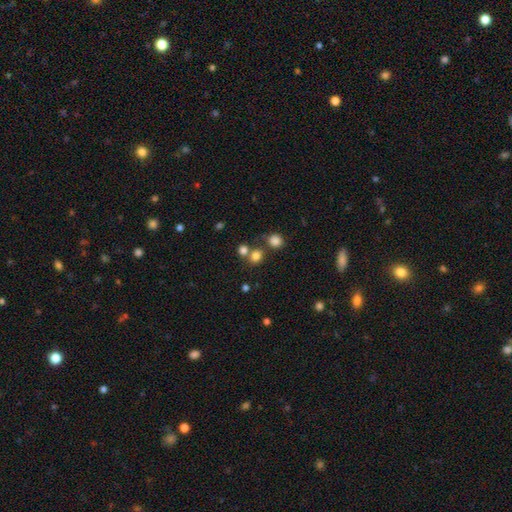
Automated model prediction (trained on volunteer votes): Smooth or featured? Predicted: smooth (p=0.77). How rounded? Predicted: round (p=0.82). Merging? Predicted: none (p=0.62).